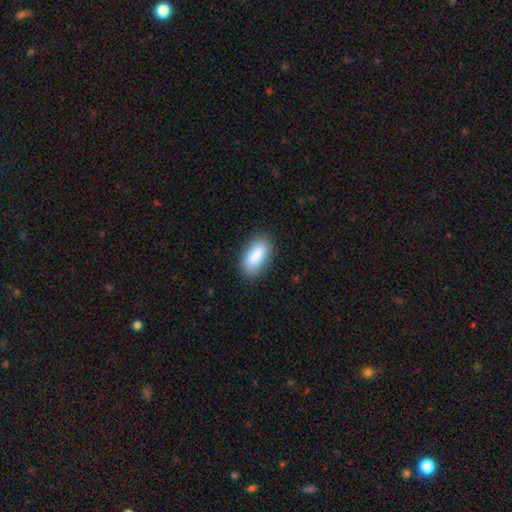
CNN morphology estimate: Q: Smooth or featured?
A: smooth (87%); runner-up: star or artifact (7%)
Q: How rounded?
A: in between (90%); runner-up: cigar-shaped (7%)
Q: Merging?
A: none (86%); runner-up: minor disturbance (10%)